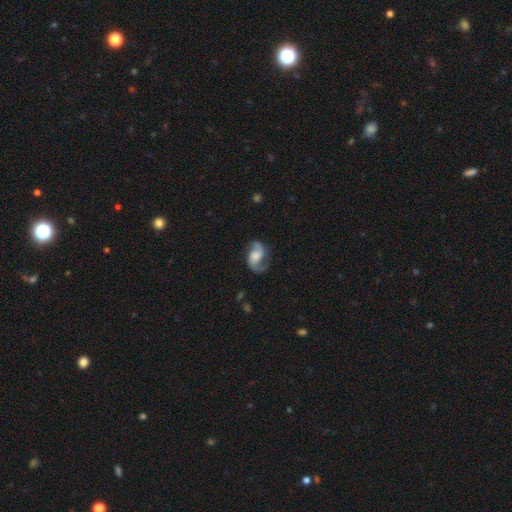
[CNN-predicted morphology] Smooth or featured? Predicted: featured or disk (p=0.80). Edge-on disk? Predicted: no (p=0.97). Bar? Predicted: no (p=0.56). Spiral arms? Predicted: yes (p=0.95). Spiral winding? Predicted: loose (p=0.47). Spiral arm count? Predicted: 2 (p=0.90). Bulge size? Predicted: moderate (p=0.41). Merging? Predicted: none (p=0.70).